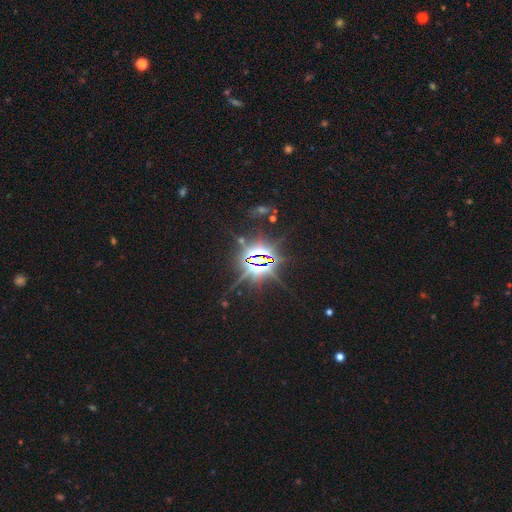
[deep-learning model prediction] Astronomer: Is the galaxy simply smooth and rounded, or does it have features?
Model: star or artifact — 87%.